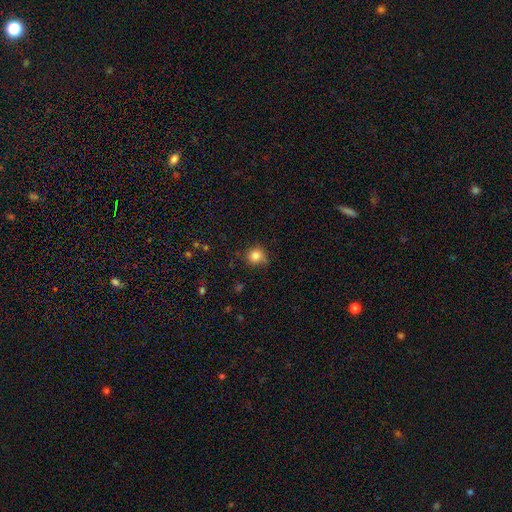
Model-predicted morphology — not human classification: A smooth galaxy with no disk features (83%) that is round (89%).

Vote fractions:
- Smooth or featured? smooth: 83% / star or artifact: 11% / featured or disk: 5%
- How rounded? round: 89% / in between: 10% / cigar-shaped: 1%
- Merging? none: 77% / minor disturbance: 17% / major disturbance: 4% / merger: 2%